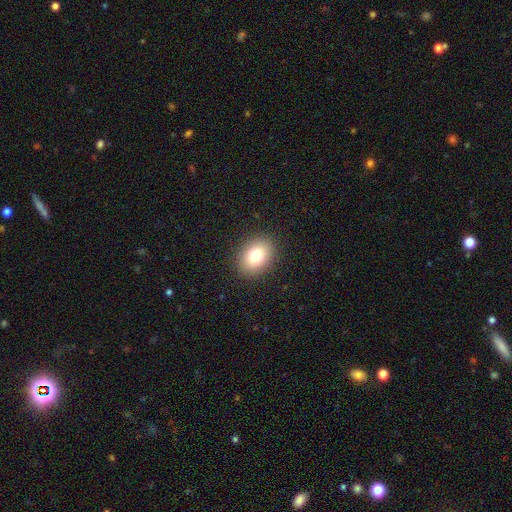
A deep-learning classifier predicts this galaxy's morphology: smooth-or-featured: smooth: 79% | star or artifact: 10% | featured or disk: 10%
  how-rounded: in between: 67% | round: 32% | cigar-shaped: 1%
  merging: none: 89% | minor disturbance: 8% | major disturbance: 3% | merger: 1%